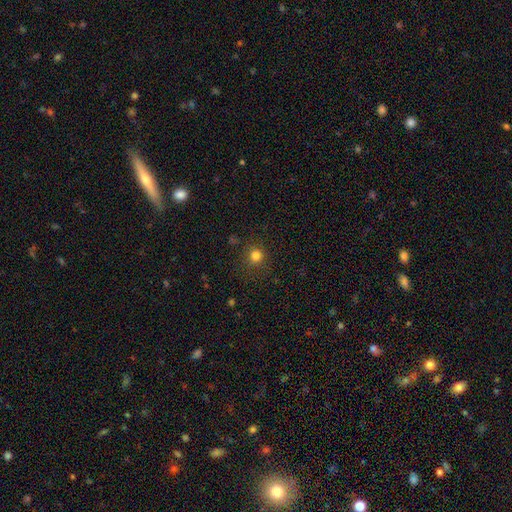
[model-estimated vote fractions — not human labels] A smooth galaxy with no disk features (80%) that is round (92%).

Vote fractions:
- Smooth or featured? smooth: 80% / star or artifact: 15% / featured or disk: 5%
- How rounded? round: 92% / in between: 7% / cigar-shaped: 1%
- Merging? none: 86% / minor disturbance: 9% / major disturbance: 4% / merger: 1%